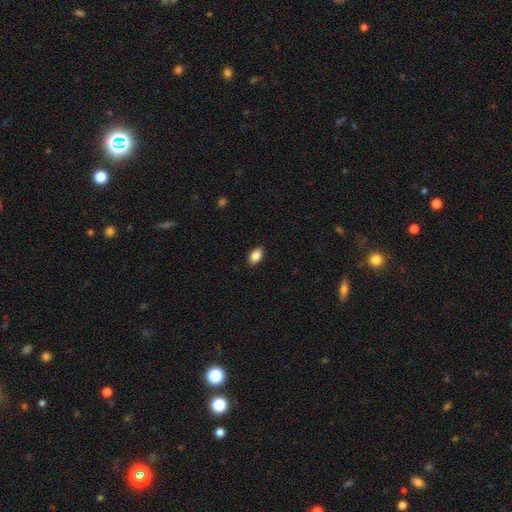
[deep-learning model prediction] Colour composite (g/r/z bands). It shows a smooth galaxy with no disk features (88%) that is in between round and cigar-shaped (91%). Merging: none (89%).